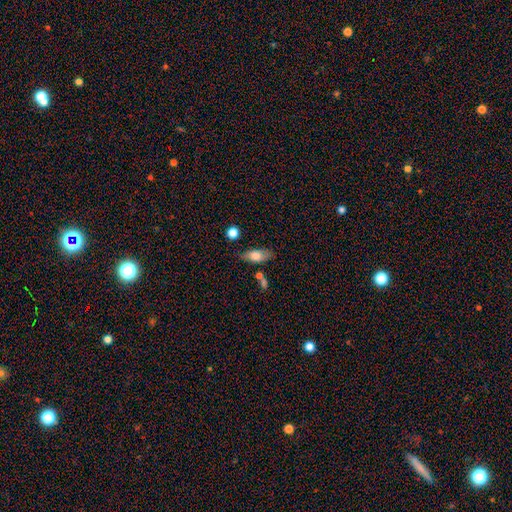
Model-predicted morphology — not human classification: This is likely a smooth galaxy (68%). How rounded: likely in between (78%). Merging: likely none (68%).